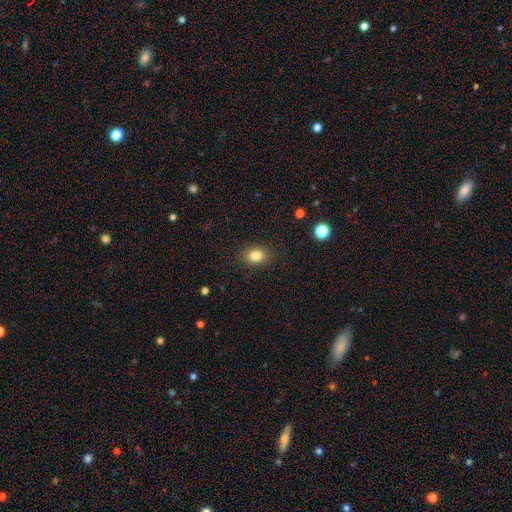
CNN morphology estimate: Smooth or featured: smooth — 83% (star or artifact — 11%)
How rounded: in between — 64% (round — 35%)
Merging: none — 88% (minor disturbance — 9%)